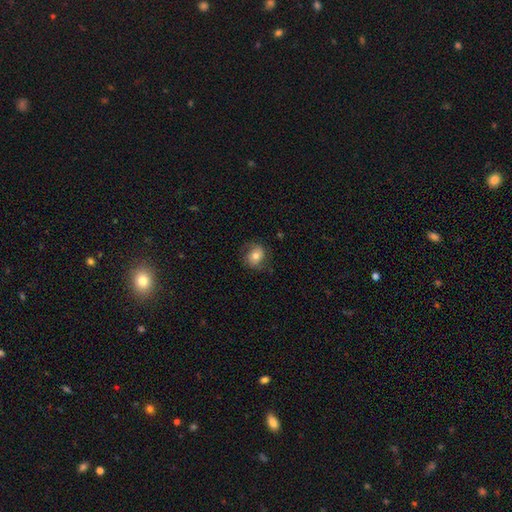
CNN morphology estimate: A smooth galaxy with no disk features (61%) that is round (62%). Merging: none (70%).